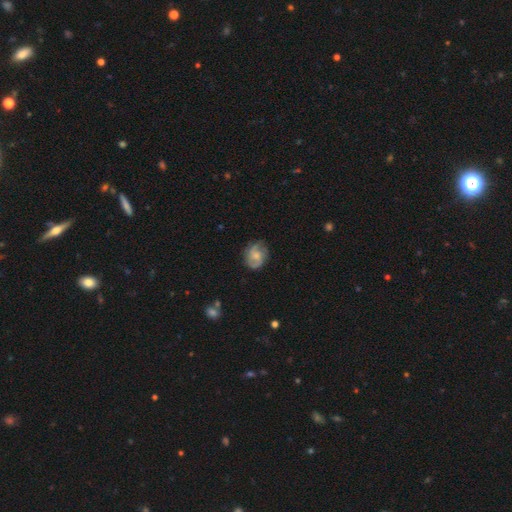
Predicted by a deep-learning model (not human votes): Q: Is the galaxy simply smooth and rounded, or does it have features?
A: featured or disk — 57%.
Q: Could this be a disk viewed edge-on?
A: no — 97%.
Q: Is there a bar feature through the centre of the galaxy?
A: no — 63%.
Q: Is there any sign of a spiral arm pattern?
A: yes — 85%.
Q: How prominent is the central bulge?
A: moderate — 46%.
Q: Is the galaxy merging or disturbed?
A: none — 72%.